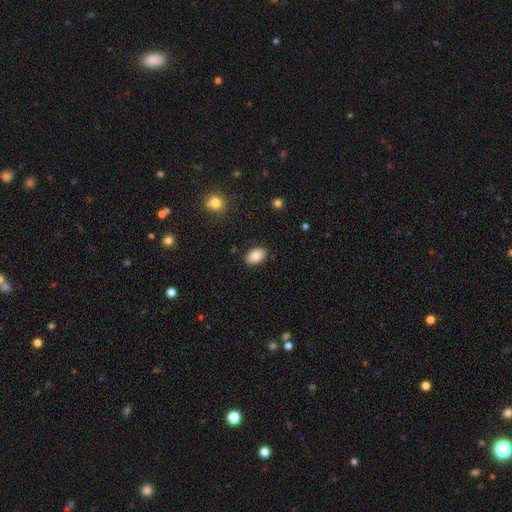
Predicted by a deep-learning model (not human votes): Smooth or featured? Predicted: smooth (p=0.86). How rounded? Predicted: in between (p=0.90). Merging? Predicted: none (p=0.87).